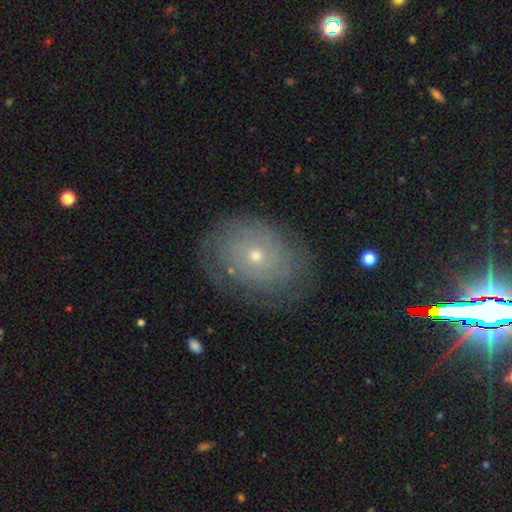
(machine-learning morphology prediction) Smooth or featured? featured or disk (61%)
Edge-on disk? no (96%)
Bar? no (87%)
Spiral arms? yes (78%)
Bulge size? small (71%)
Merging? none (76%)